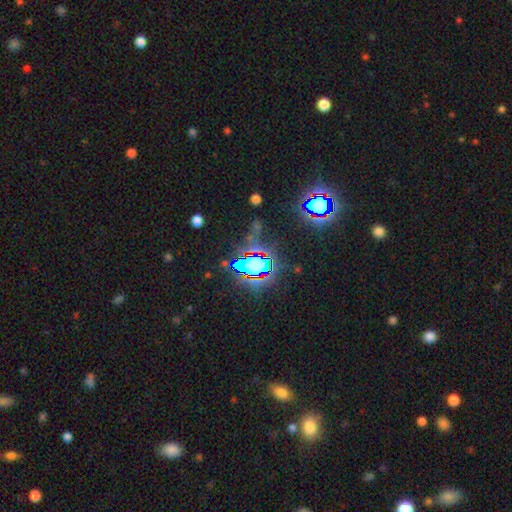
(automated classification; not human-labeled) The model was most divided on "smooth or featured": star or artifact: 73%, smooth: 16%, featured or disk: 11%.